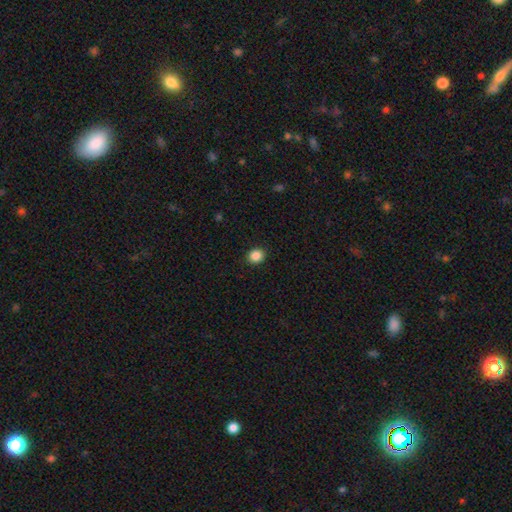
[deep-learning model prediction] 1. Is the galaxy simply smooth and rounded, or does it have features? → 87% smooth, 10% star or artifact, 3% featured or disk.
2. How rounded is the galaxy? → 73% round, 26% in between, 1% cigar-shaped.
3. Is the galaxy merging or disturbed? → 92% none, 5% minor disturbance, 2% major disturbance, 1% merger.